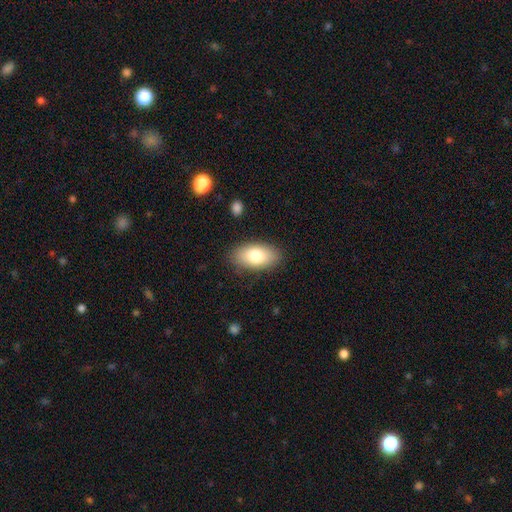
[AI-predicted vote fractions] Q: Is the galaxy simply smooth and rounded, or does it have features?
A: smooth — 79%.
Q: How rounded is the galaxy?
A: in between — 93%.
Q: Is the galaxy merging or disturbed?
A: none — 85%.